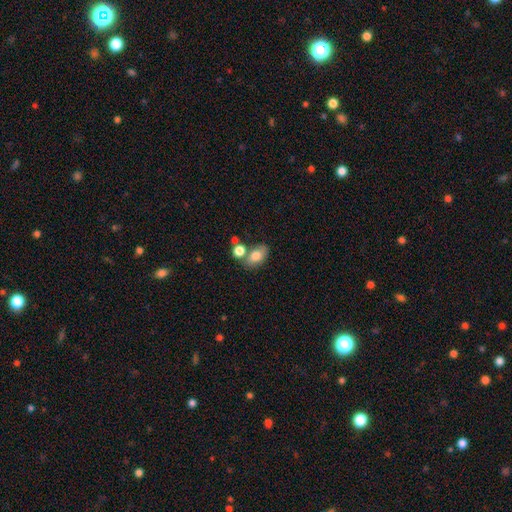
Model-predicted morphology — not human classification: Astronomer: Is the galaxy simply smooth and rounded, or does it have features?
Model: smooth — 78%.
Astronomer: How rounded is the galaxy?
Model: in between — 82%.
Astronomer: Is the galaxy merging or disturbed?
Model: none — 50% (runner-up: merger, 28%).